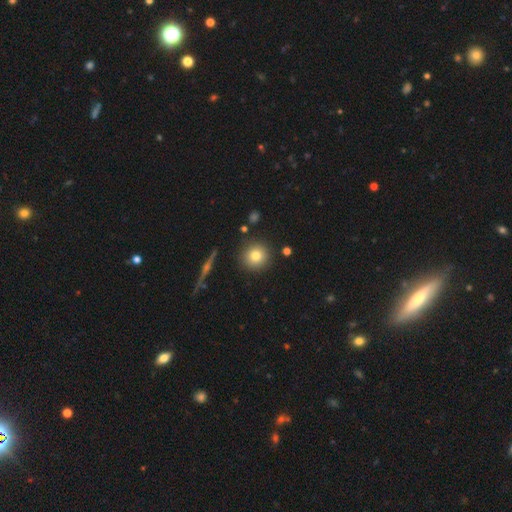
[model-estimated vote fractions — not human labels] Smooth or featured: smooth — 78% (star or artifact — 11%)
How rounded: round — 93% (in between — 6%)
Merging: none — 88% (minor disturbance — 7%)